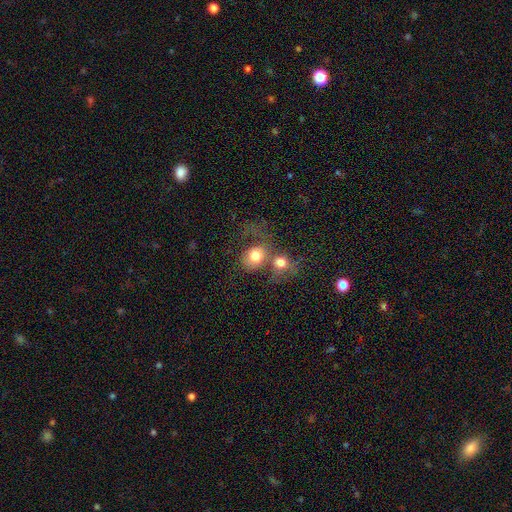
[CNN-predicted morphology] The model was most divided on "how rounded": round: 60%, in between: 39%, cigar-shaped: 1%. More confident: smooth or featured — smooth (74%); merging — merger (56%).